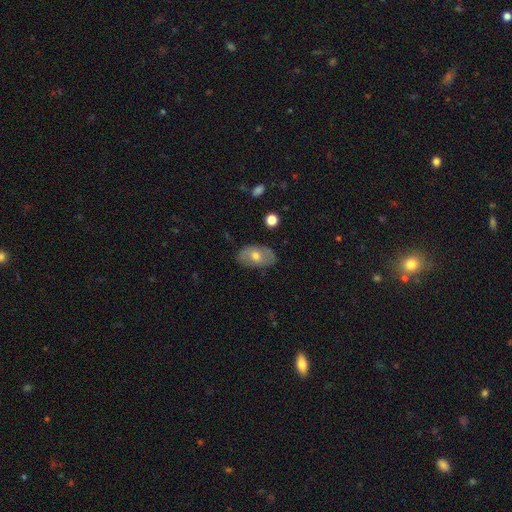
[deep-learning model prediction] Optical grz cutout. It shows a smooth galaxy with no disk features (50%) that is in between round and cigar-shaped (89%). Merging: none (78%).